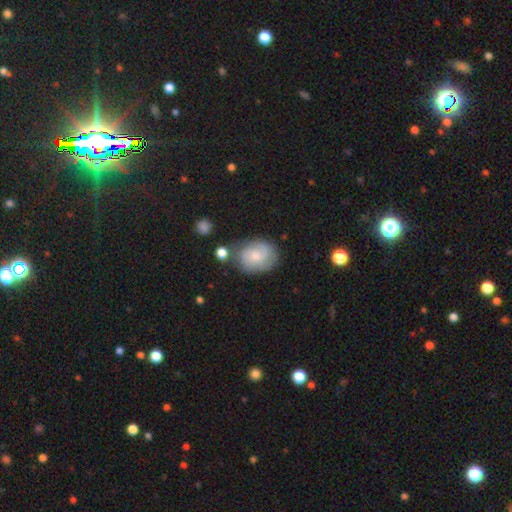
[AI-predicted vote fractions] A featured or disk galaxy (47%). Merging: none (64%).